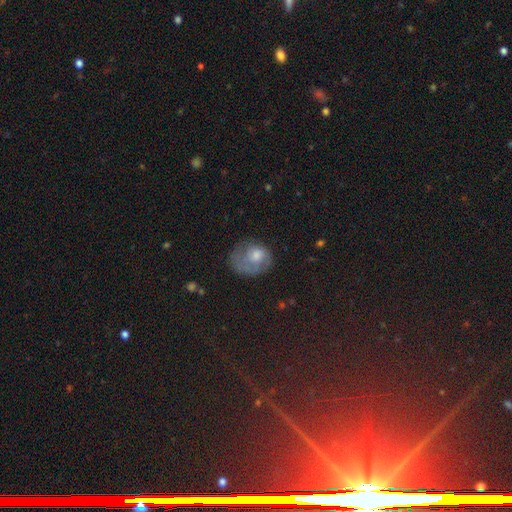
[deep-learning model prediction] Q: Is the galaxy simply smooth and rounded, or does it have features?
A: smooth — 47%.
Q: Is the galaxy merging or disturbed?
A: none — 47%.